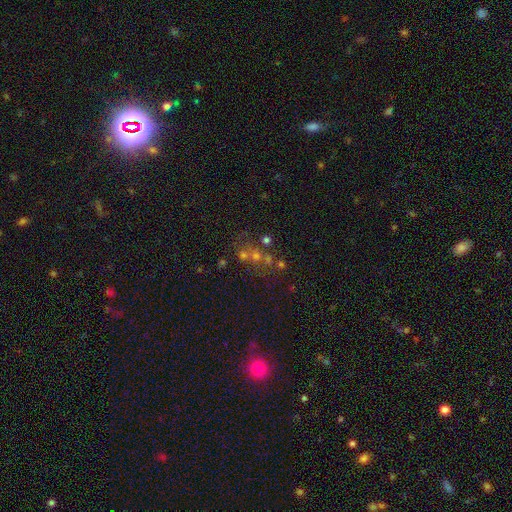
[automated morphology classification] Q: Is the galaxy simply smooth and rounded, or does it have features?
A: smooth — 37%.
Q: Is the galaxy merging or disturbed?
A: none — 46%.